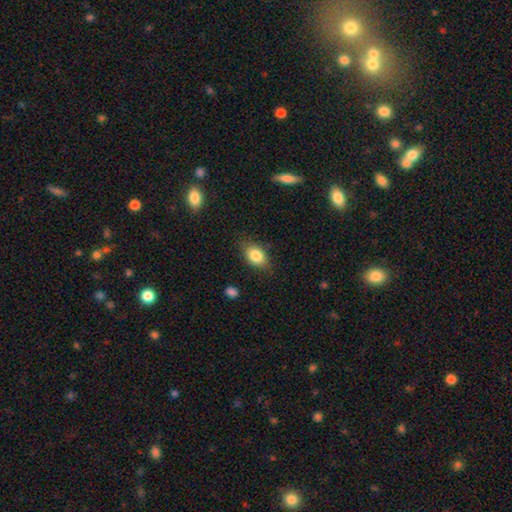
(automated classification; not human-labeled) Morphology: type=smooth (83%); roundness=in between (83%); merging=none (79%).